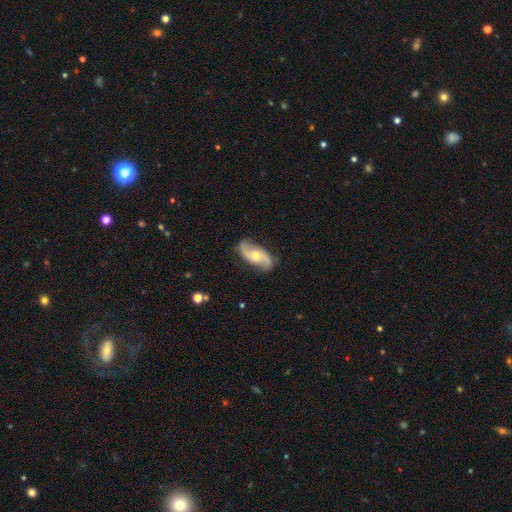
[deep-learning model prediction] Smooth or featured? featured or disk (79%)
Edge-on disk? no (94%)
Bar? no (56%)
Spiral arms? yes (94%)
Spiral winding? loose (46%)
Spiral arm count? 2 (90%)
Bulge size? moderate (65%)
Merging? none (79%)